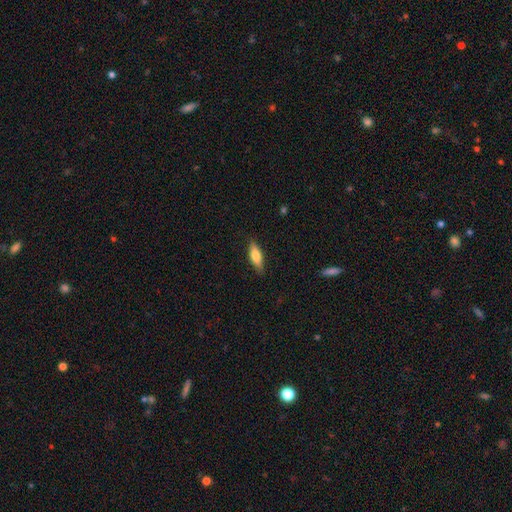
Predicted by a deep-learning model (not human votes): smooth 73%, featured or disk 21%, star or artifact 6%. Down the decision tree: how rounded — in between (56%); merging — none (85%).